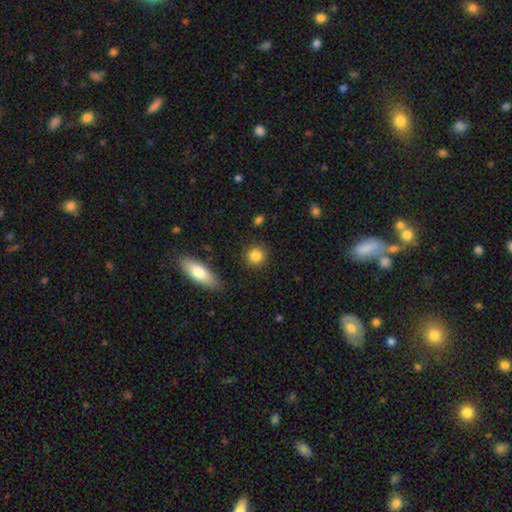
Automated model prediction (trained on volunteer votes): The model was most divided on "how rounded": round: 87%, in between: 11%, cigar-shaped: 2%. More confident: merging — none (89%); smooth or featured — smooth (85%).